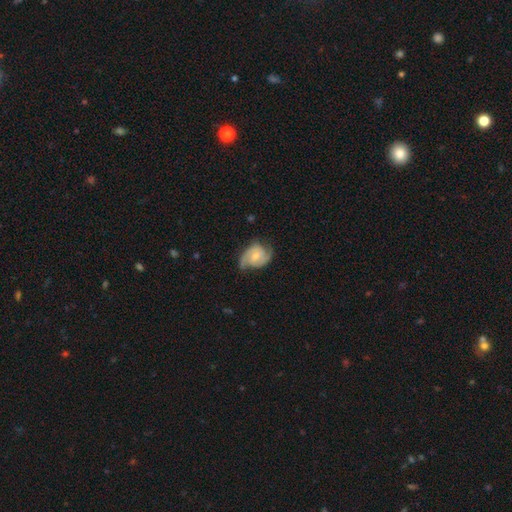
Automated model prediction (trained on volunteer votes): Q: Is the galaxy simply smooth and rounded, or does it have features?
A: featured or disk — 78%.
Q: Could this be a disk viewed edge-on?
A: no — 97%.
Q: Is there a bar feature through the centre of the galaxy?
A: no — 59%.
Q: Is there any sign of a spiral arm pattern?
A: yes — 95%.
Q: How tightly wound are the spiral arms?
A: medium — 47%.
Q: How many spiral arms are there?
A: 2 — 78%.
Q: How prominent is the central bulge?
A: moderate — 46%.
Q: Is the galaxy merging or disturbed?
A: none — 64%.